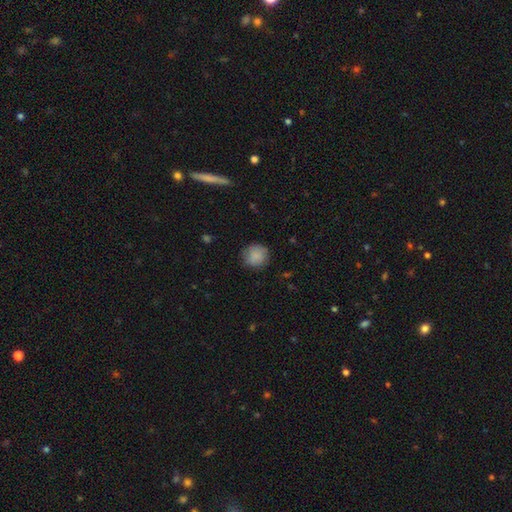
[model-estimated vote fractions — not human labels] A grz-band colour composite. It shows a smooth galaxy with no disk features (86%) that is round (91%). Merging: none (82%).